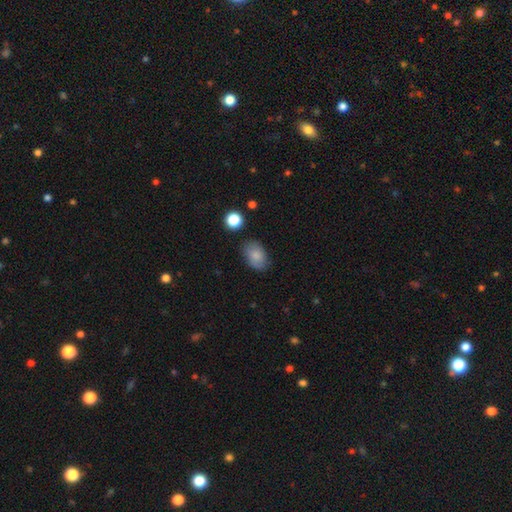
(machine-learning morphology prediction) Overall: smooth (82%). How rounded: in between (83%). Merging: none (75%).